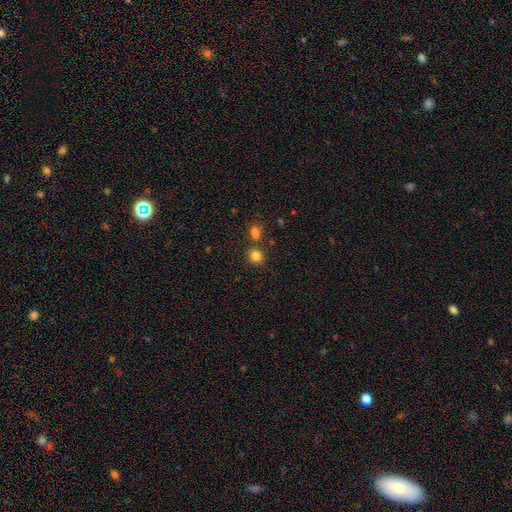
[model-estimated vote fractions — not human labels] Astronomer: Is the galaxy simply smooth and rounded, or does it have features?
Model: smooth — 83%.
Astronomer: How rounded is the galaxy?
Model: round — 74%.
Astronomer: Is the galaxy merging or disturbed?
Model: none — 75%.